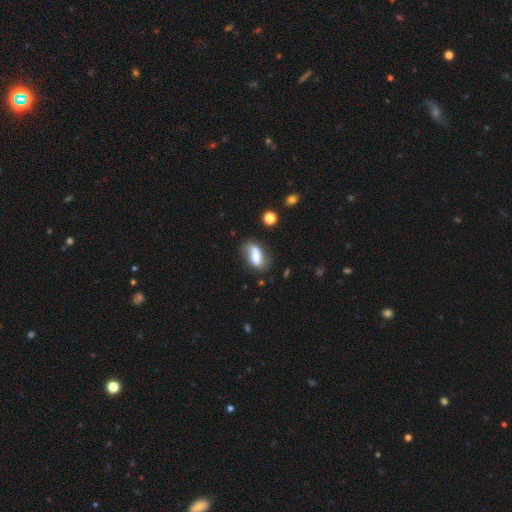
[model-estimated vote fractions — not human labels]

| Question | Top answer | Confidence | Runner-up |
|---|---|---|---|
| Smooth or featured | smooth | 63% | featured or disk (28%) |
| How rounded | in between | 84% | cigar-shaped (10%) |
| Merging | none | 52% | minor disturbance (26%) |